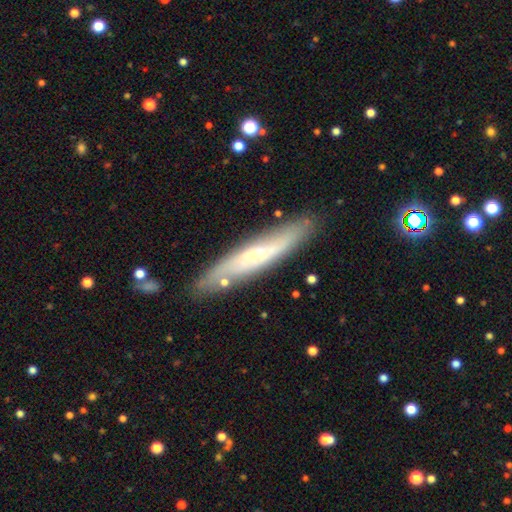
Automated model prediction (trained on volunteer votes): Overall: featured or disk (54%; smooth 39%). Edge-on disk: yes (65%; no 35%). Merging: none (82%).